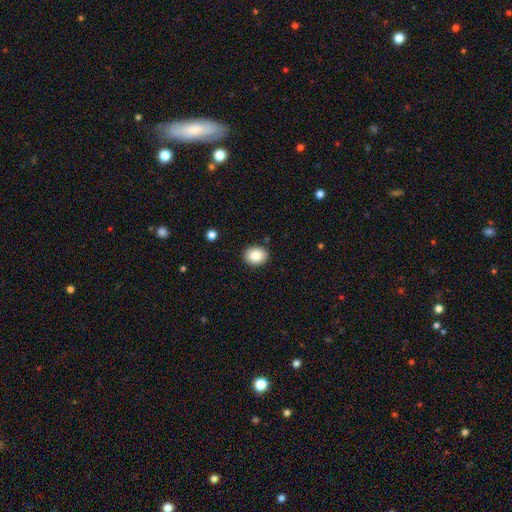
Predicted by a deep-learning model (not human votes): A smooth galaxy with no disk features (84%) that is round (57%). Merging: none (89%).